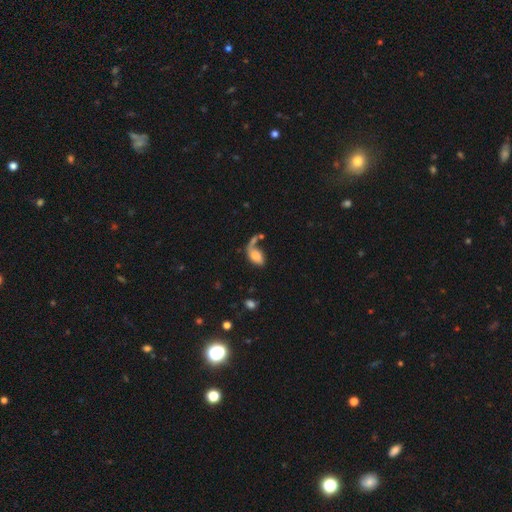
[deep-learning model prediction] The model was most divided on "merging": none: 30%, merger: 27%, major disturbance: 27%, minor disturbance: 16%. More confident: how rounded — in between (89%); smooth or featured — smooth (65%).